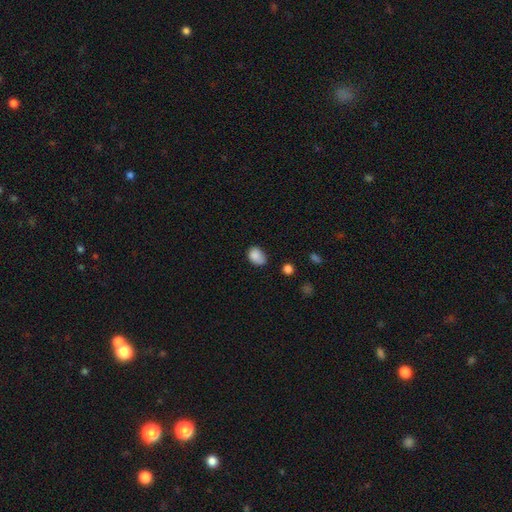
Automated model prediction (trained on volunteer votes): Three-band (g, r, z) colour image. It shows a smooth galaxy with no disk features (85%) that is in between round and cigar-shaped (70%). Merging: none (53%).